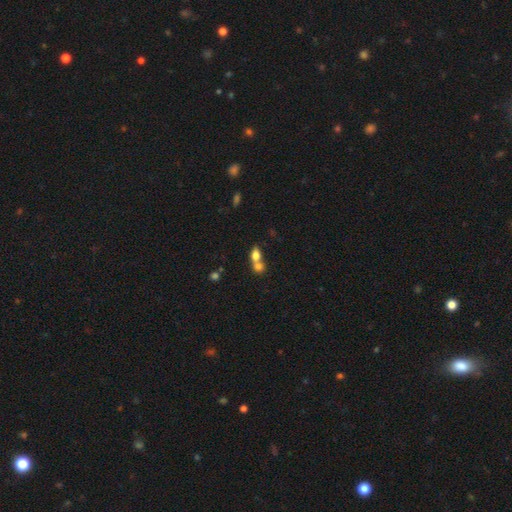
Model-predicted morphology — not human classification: Smooth or featured? smooth (75%)
How rounded? in between (65%)
Merging? merger (65%)